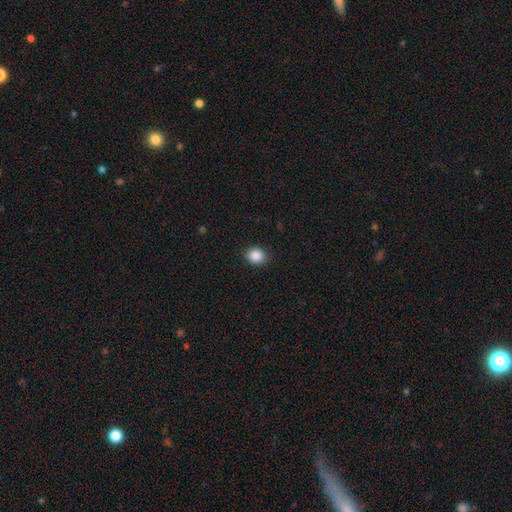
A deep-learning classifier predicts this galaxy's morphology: Q: Smooth or featured?
A: smooth (88%); runner-up: star or artifact (9%)
Q: How rounded?
A: round (71%); runner-up: in between (28%)
Q: Merging?
A: none (90%); runner-up: minor disturbance (7%)